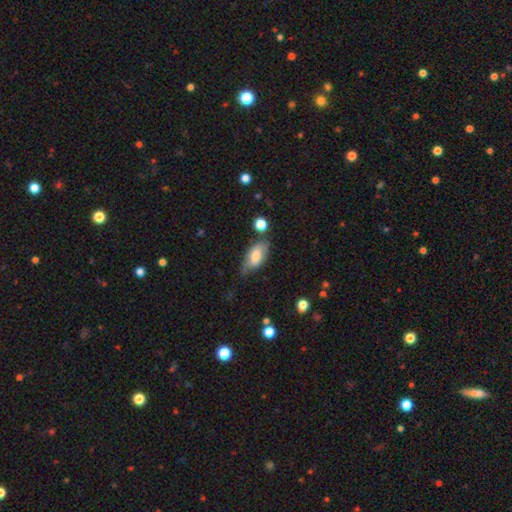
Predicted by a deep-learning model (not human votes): This appears to be a smooth galaxy with no disk features (70%) that is in between round and cigar-shaped (88%). Merging: none (52%).